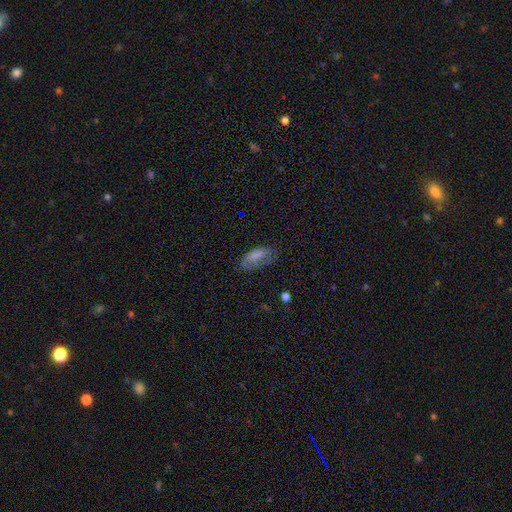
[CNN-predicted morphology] This is likely a smooth galaxy (73%). How rounded: clearly in between (87%). Merging: possibly none (54%).